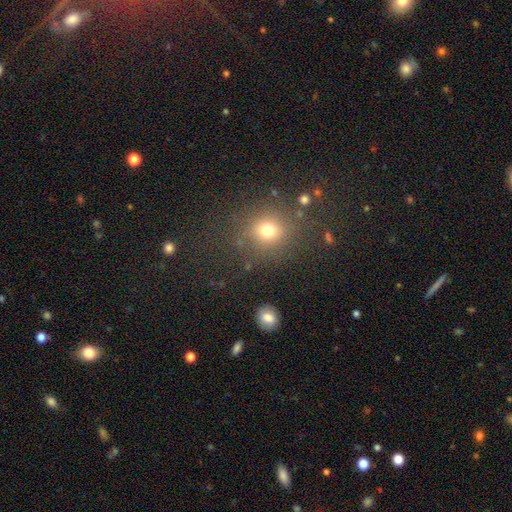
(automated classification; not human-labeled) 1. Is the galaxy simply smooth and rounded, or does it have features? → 54% smooth, 37% star or artifact, 9% featured or disk.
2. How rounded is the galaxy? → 75% round, 23% in between, 2% cigar-shaped.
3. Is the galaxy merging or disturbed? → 81% none, 11% minor disturbance, 5% major disturbance, 4% merger.